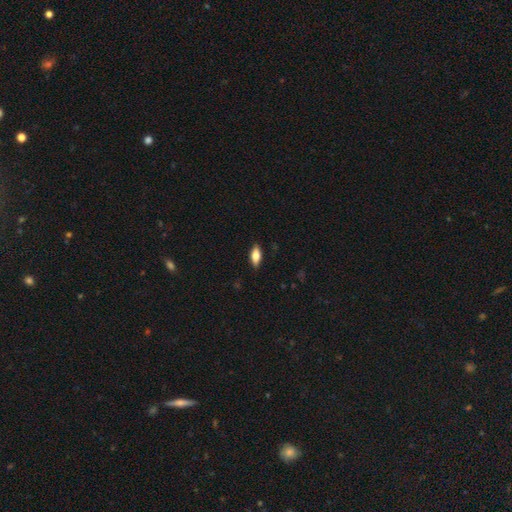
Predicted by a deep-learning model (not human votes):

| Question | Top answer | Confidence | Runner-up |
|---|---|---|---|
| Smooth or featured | smooth | 68% | featured or disk (25%) |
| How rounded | in between | 78% | cigar-shaped (19%) |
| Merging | none | 87% | minor disturbance (10%) |